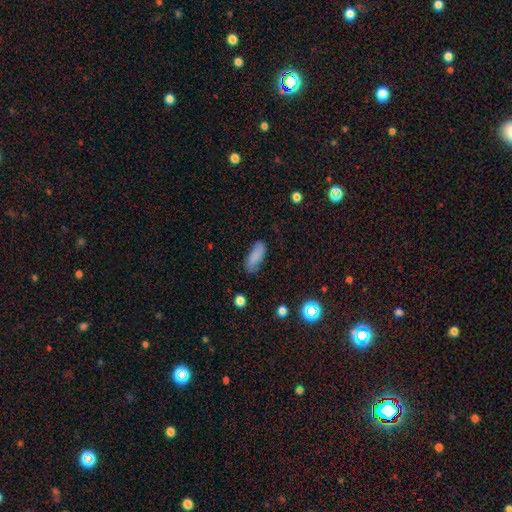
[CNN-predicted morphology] A smooth galaxy with no disk features (82%) that is in between round and cigar-shaped (72%).

Vote fractions:
- Smooth or featured? smooth: 82% / featured or disk: 9% / star or artifact: 9%
- How rounded? in between: 72% / cigar-shaped: 26% / round: 2%
- Merging? none: 73% / minor disturbance: 20% / major disturbance: 5% / merger: 2%